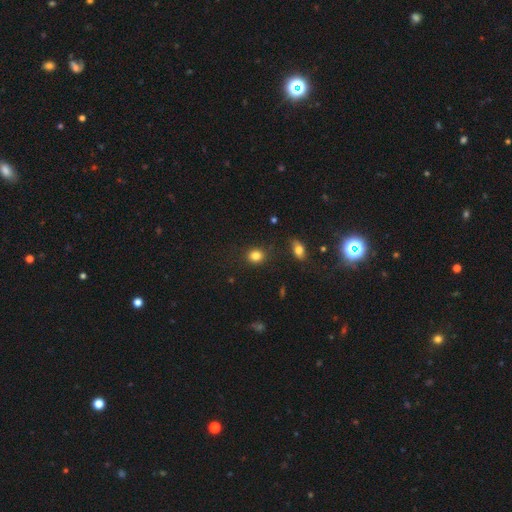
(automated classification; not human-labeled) smooth_or_featured: smooth (p=0.83) [alt: star or artifact p=0.11]
how_rounded: round (p=0.71) [alt: in between p=0.28]
merging: none (p=0.85) [alt: minor disturbance p=0.09]